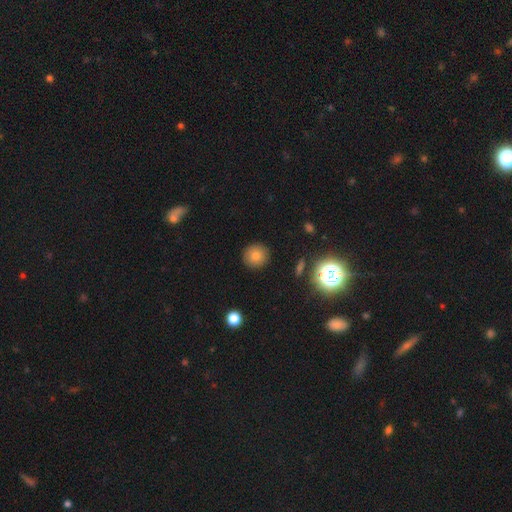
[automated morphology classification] Smooth or featured?
  - smooth: 77% *
  - star or artifact: 14%
  - featured or disk: 9%
How rounded?
  - round: 91% *
  - in between: 8%
  - cigar-shaped: 1%
Merging?
  - none: 90% *
  - minor disturbance: 7%
  - major disturbance: 2%
  - merger: 1%